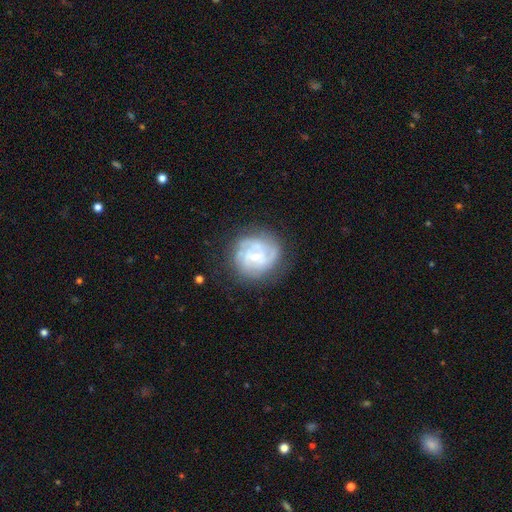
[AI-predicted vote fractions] Morphology: type=featured or disk (74%); edge-on=no (98%); bar=no (54%); spiral arms=yes (87%); winding=tight (58%); arm count=can't tell (37%); bulge=small (64%); merging=none (73%).